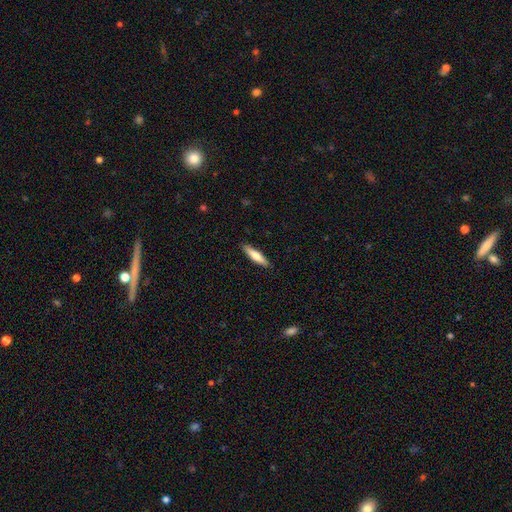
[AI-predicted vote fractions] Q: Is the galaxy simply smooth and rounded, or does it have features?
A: smooth — 63%.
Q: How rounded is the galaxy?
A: cigar-shaped — 77%.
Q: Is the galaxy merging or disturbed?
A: none — 89%.